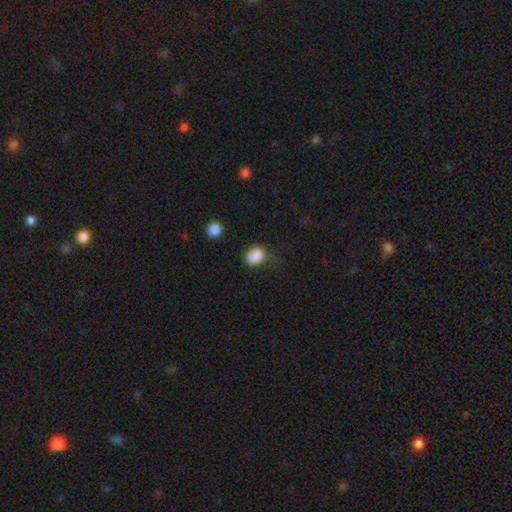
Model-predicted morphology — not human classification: This appears to be a smooth galaxy with no disk features (86%) that is in between round and cigar-shaped (56%). Merging: none (62%).